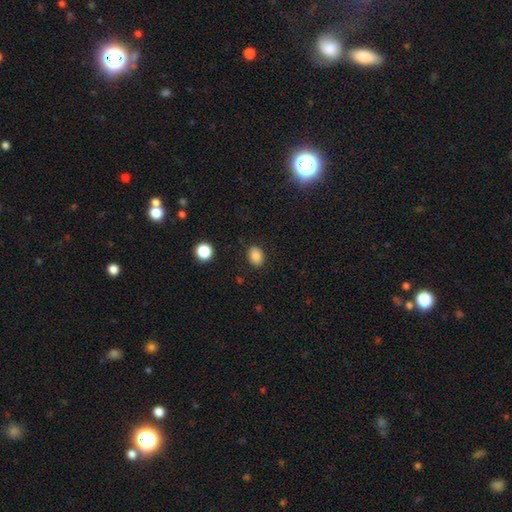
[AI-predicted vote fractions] smooth 84%, star or artifact 10%, featured or disk 6%. Down the decision tree: how rounded — in between (69%); merging — none (87%).